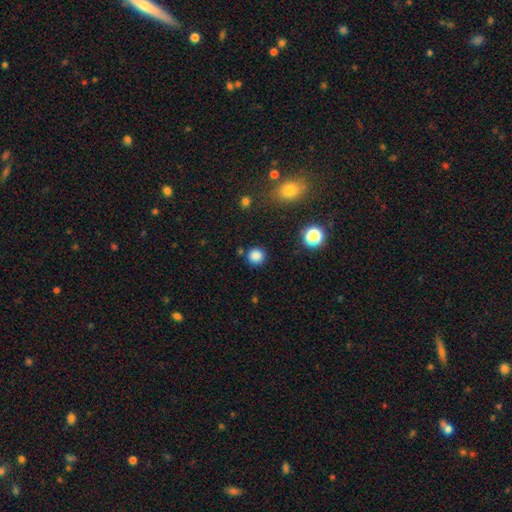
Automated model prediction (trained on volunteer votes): smooth_or_featured: smooth (p=0.83) [alt: star or artifact p=0.13]
how_rounded: round (p=0.91) [alt: in between p=0.08]
merging: none (p=0.86) [alt: minor disturbance p=0.08]